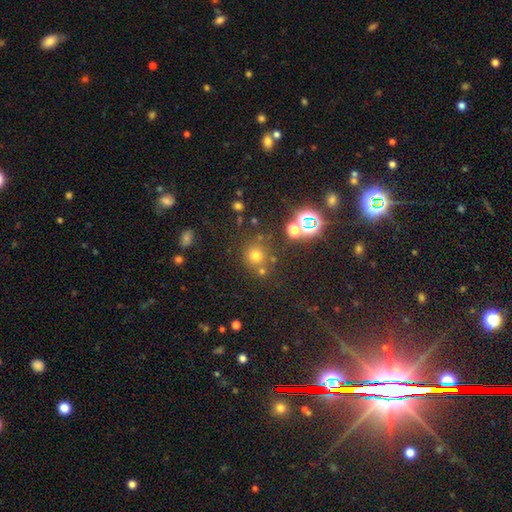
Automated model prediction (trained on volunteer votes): A smooth galaxy with no disk features (64%) that is round (91%). Merging: none (74%).